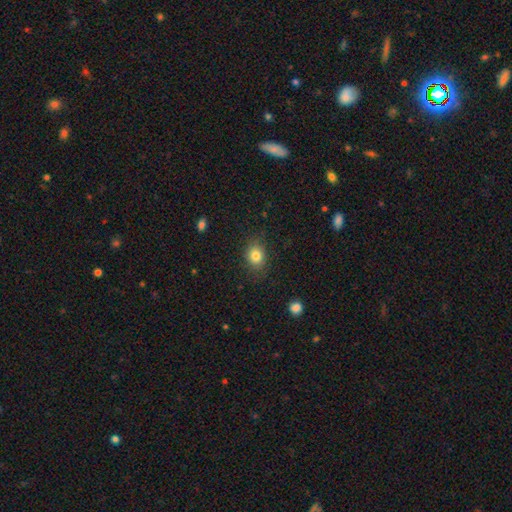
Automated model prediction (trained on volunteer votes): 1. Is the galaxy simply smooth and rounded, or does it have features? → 81% smooth, 11% star or artifact, 8% featured or disk.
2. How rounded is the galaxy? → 54% round, 45% in between, 1% cigar-shaped.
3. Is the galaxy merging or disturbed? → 81% none, 14% minor disturbance, 4% major disturbance, 1% merger.